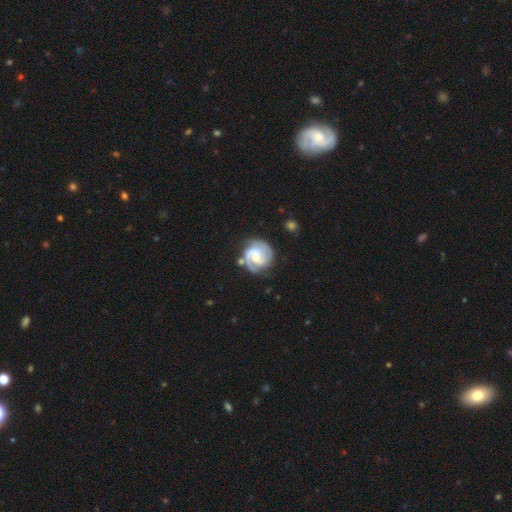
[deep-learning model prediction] Smooth or featured?
  - featured or disk: 86% *
  - smooth: 9%
  - star or artifact: 5%
Edge-on disk?
  - no: 98% *
  - yes: 2%
Bar?
  - no: 46% *
  - weak: 43%
  - strong: 10%
Spiral arms?
  - yes: 97% *
  - no: 3%
Spiral winding?
  - tight: 55% *
  - medium: 38%
  - loose: 8%
Spiral arm count?
  - 2: 76% *
  - 3: 10%
  - can't tell: 7%
  - 1: 3%
  - 4: 2%
  - more than 4: 2%
Bulge size?
  - moderate: 51% *
  - small: 42%
  - large: 3%
  - none: 2%
  - dominant: 1%
Merging?
  - none: 73% *
  - minor disturbance: 17%
  - major disturbance: 6%
  - merger: 4%